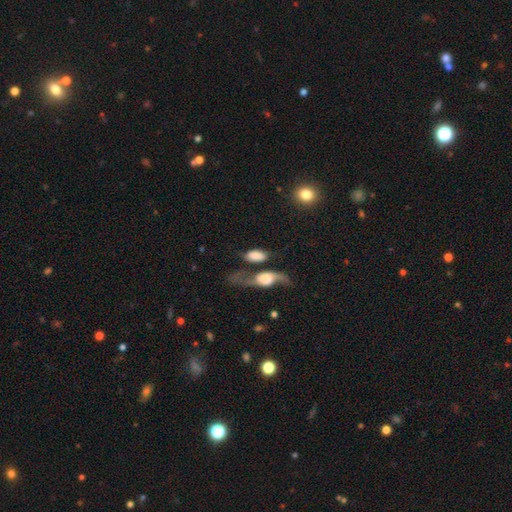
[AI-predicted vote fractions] A smooth galaxy with no disk features (56%) that is in between round and cigar-shaped (87%). Merging: none (34%).